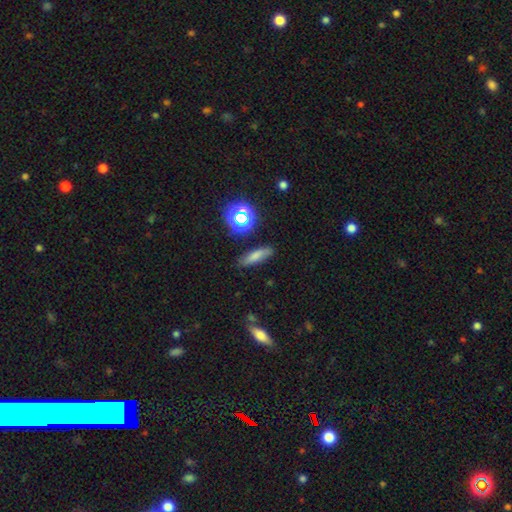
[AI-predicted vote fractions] Smooth or featured? Predicted: smooth (p=0.69). How rounded? Predicted: cigar-shaped (p=0.59). Merging? Predicted: none (p=0.79).